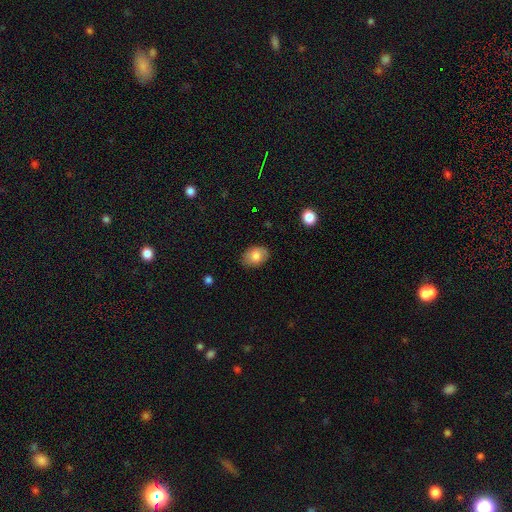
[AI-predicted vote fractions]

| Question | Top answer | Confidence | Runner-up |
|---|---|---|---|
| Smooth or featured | smooth | 82% | featured or disk (11%) |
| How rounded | in between | 77% | round (22%) |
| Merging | none | 82% | minor disturbance (14%) |